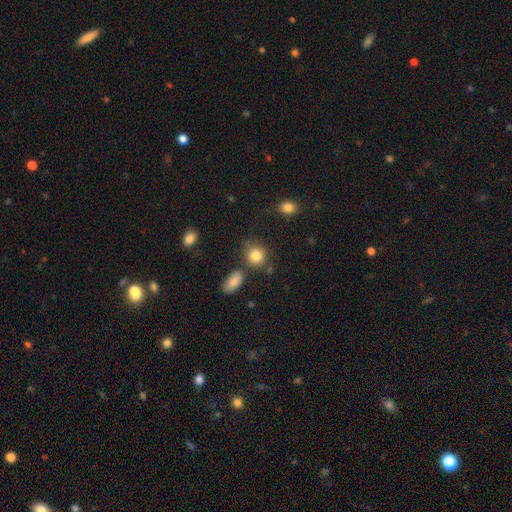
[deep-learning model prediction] smooth-or-featured: smooth: 84% | star or artifact: 9% | featured or disk: 6%
  how-rounded: round: 80% | in between: 19% | cigar-shaped: 1%
  merging: none: 71% | minor disturbance: 15% | merger: 9% | major disturbance: 5%